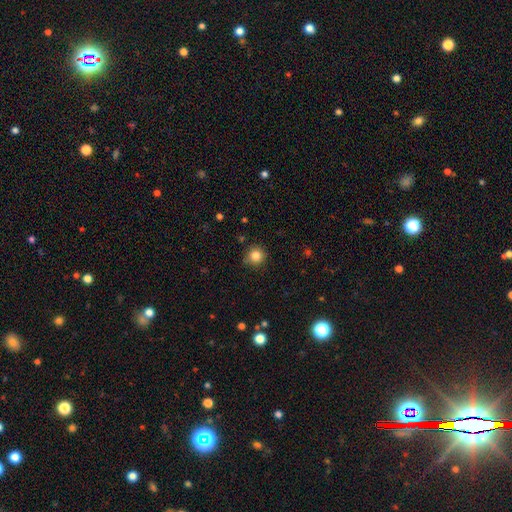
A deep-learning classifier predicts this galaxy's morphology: Smooth or featured: smooth — 83% (star or artifact — 11%)
How rounded: round — 93% (in between — 6%)
Merging: none — 86% (minor disturbance — 11%)